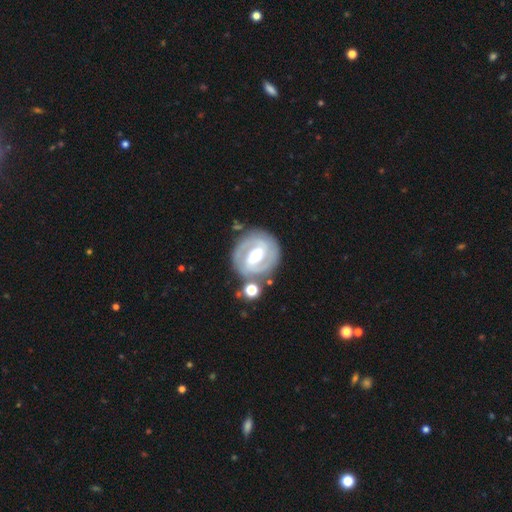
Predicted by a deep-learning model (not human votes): A featured or disk galaxy (86%) with a strong bar (56%), 2 (83%) tight (60%) spiral arms (91%) and a moderate central bulge (69%).

Vote fractions:
- Smooth or featured? featured or disk: 86% / smooth: 10% / star or artifact: 4%
- Edge-on disk? no: 97% / yes: 3%
- Bar? strong: 56% / weak: 34% / no: 11%
- Spiral arms? yes: 91% / no: 9%
- Spiral winding? tight: 60% / medium: 33% / loose: 7%
- Spiral arm count? 2: 83% / can't tell: 7% / 3: 4% / 1: 2% / 4: 1% / more than 4: 1%
- Bulge size? moderate: 69% / small: 19% / large: 9% / dominant: 1% / none: 1%
- Merging? none: 77% / minor disturbance: 12% / merger: 7% / major disturbance: 5%